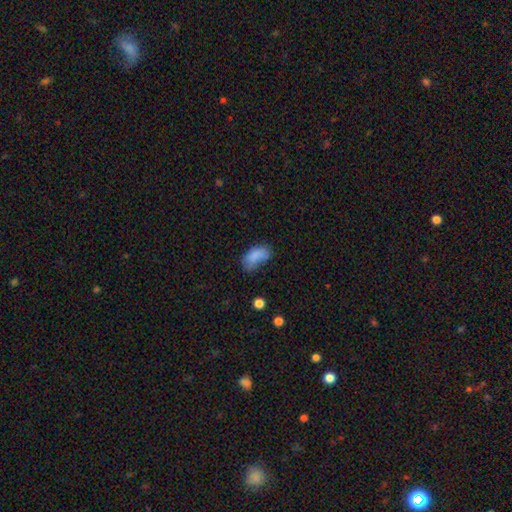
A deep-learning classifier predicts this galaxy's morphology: smooth 81%, star or artifact 10%, featured or disk 9%. Down the decision tree: how rounded — in between (92%); merging — none (44%).